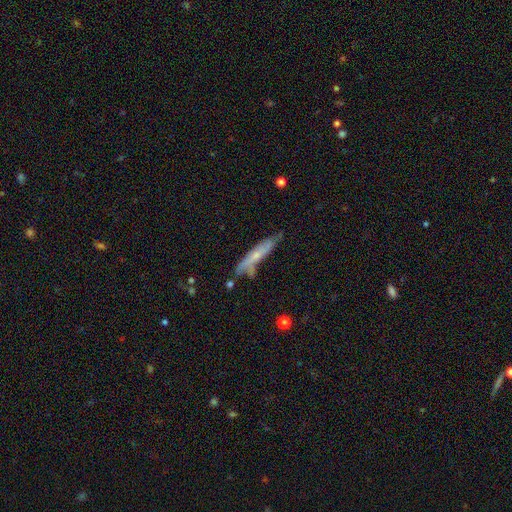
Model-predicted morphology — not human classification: smooth_or_featured: featured or disk (p=0.51) [alt: smooth p=0.43]
disk_edge_on: yes (p=0.70) [alt: no p=0.30]
merging: none (p=0.59) [alt: minor disturbance p=0.26]